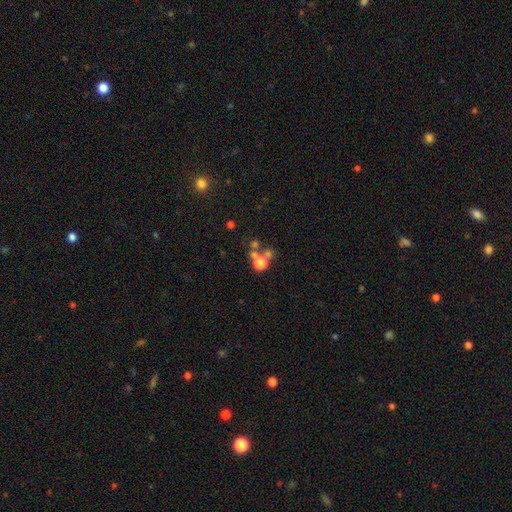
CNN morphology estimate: This appears to be a smooth galaxy with no disk features (61%) that is round (85%). Merging: none (51%).